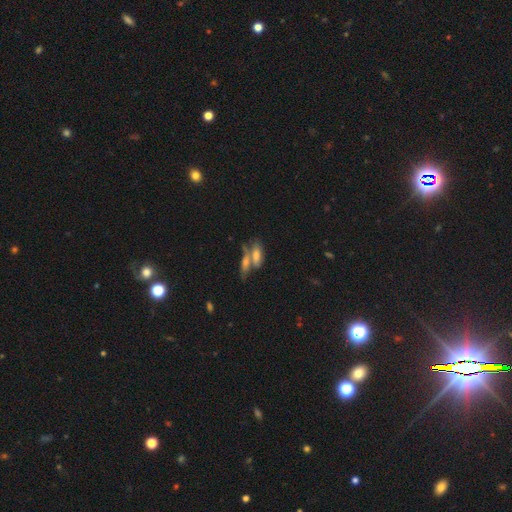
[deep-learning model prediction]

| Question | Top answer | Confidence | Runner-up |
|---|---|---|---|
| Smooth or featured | smooth | 61% | featured or disk (29%) |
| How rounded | in between | 65% | cigar-shaped (31%) |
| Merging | merger | 53% | none (32%) |